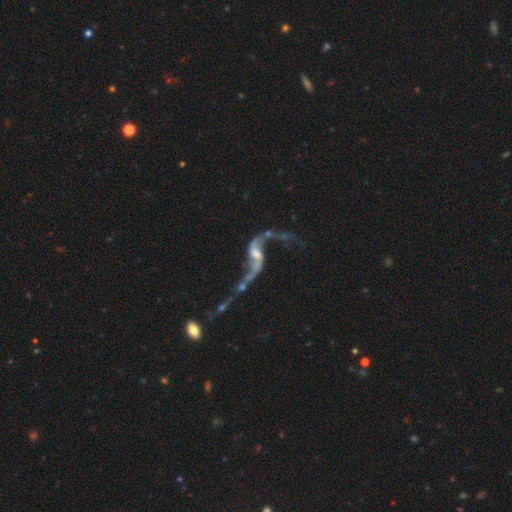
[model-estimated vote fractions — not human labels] smooth-or-featured: featured or disk: 87% | star or artifact: 7% | smooth: 5%
  disk-edge-on: no: 94% | yes: 6%
    bar: weak: 45% | no: 36% | strong: 19%
    has-spiral-arms: yes: 91% | no: 9%
      spiral-winding: loose: 94% | medium: 4% | tight: 2%
      spiral-arm-count: 2: 92% | 1: 3% | can't tell: 2% | 3: 1% | 4: 1% | more than 4: 1%
    bulge-size: small: 36% | moderate: 32% | none: 23% | large: 6% | dominant: 2%
  merging: merger: 36% | none: 31% | major disturbance: 21% | minor disturbance: 12%